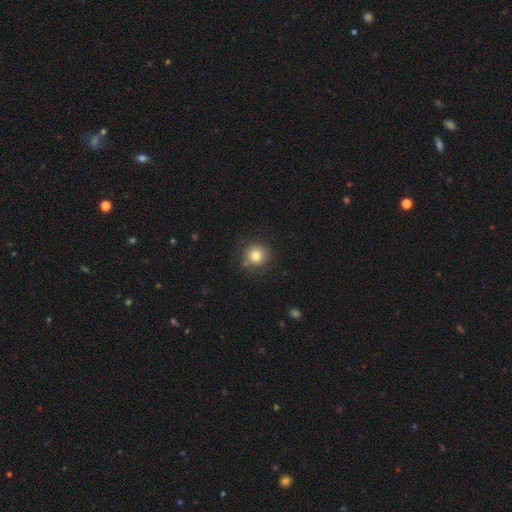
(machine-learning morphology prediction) This appears to be a smooth galaxy with no disk features (80%) that is round (94%). Merging: none (86%).